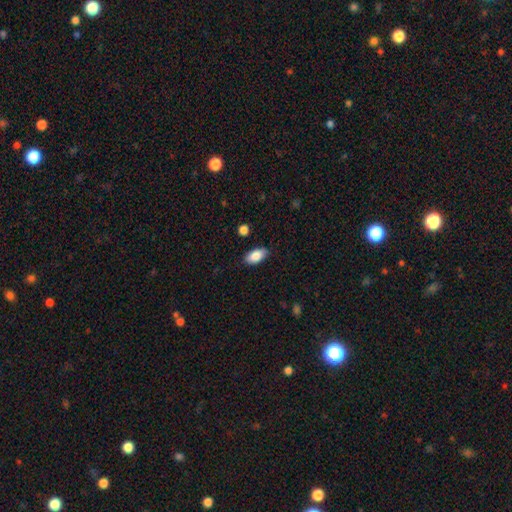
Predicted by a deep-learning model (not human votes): Q: Smooth or featured?
A: smooth (85%); runner-up: featured or disk (8%)
Q: How rounded?
A: in between (92%); runner-up: cigar-shaped (4%)
Q: Merging?
A: none (85%); runner-up: minor disturbance (11%)